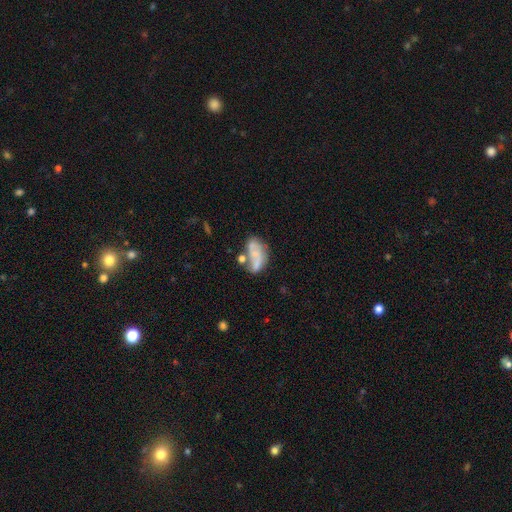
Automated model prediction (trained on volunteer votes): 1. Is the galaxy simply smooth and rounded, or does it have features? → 51% featured or disk, 39% smooth, 10% star or artifact.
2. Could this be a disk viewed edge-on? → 96% no, 4% yes.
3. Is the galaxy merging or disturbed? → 33% none, 25% merger, 22% minor disturbance, 20% major disturbance.